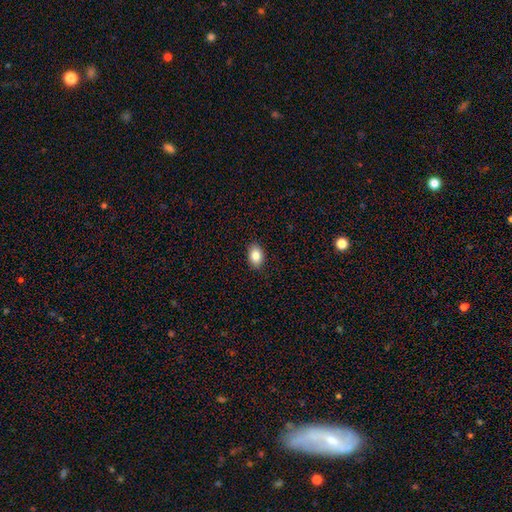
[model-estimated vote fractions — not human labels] Q: Smooth or featured?
A: smooth (85%); runner-up: star or artifact (8%)
Q: How rounded?
A: in between (86%); runner-up: round (13%)
Q: Merging?
A: none (89%); runner-up: minor disturbance (8%)